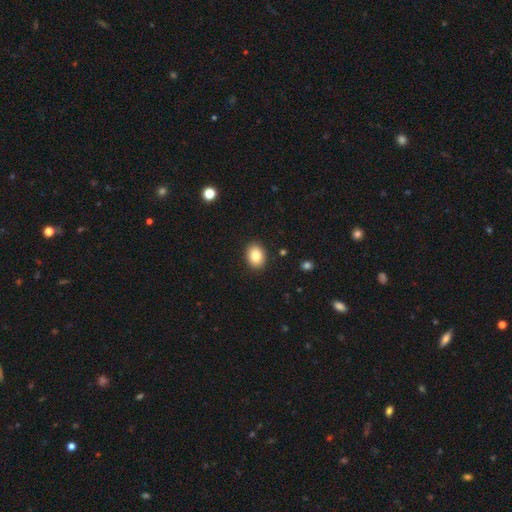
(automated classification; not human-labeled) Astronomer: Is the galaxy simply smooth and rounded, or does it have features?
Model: smooth — 83%.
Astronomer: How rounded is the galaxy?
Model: in between — 63%.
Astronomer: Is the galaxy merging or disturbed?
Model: none — 90%.